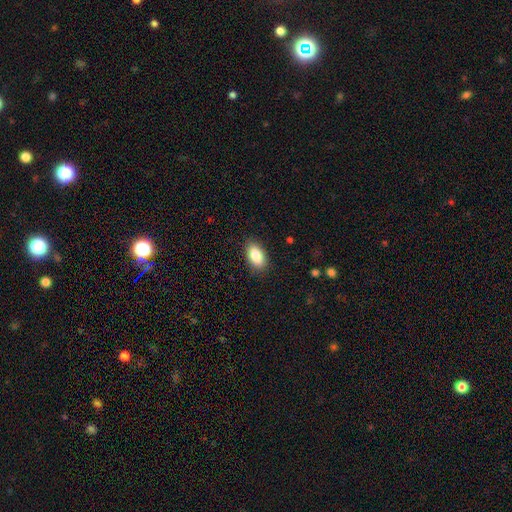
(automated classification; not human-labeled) Smooth or featured? Predicted: smooth (p=0.86). How rounded? Predicted: in between (p=0.93). Merging? Predicted: none (p=0.88).